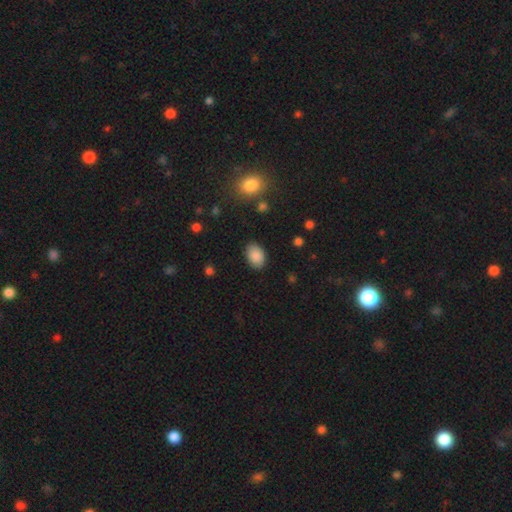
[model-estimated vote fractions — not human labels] A smooth galaxy with no disk features (88%) that is in between round and cigar-shaped (86%).

Vote fractions:
- Smooth or featured? smooth: 88% / star or artifact: 7% / featured or disk: 5%
- How rounded? in between: 86% / round: 13% / cigar-shaped: 1%
- Merging? none: 85% / minor disturbance: 11% / major disturbance: 3% / merger: 1%